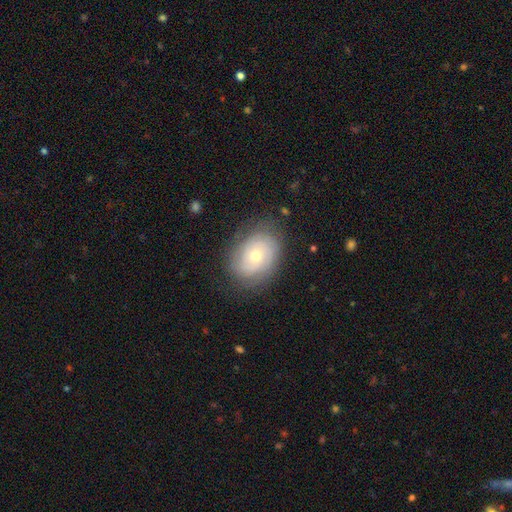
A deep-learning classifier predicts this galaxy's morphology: The model was most divided on "bulge size": moderate: 53%, small: 43%, large: 3%, dominant: 1%, none: 1%. More confident: edge-on disk — no (96%); bar — no (81%); spiral arms — yes (81%); merging — none (77%); smooth or featured — featured or disk (62%).